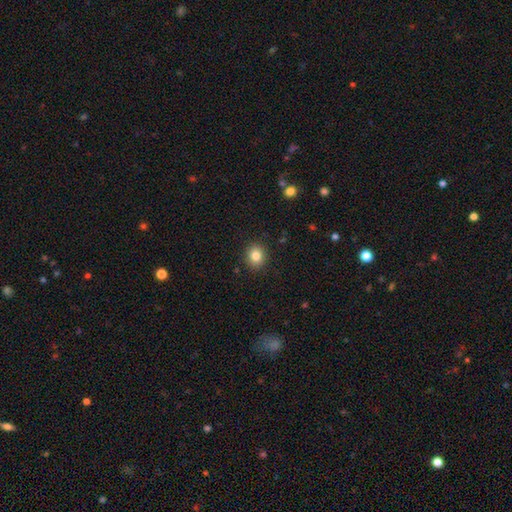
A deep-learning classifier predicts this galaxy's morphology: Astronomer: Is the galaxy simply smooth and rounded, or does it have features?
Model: smooth — 83%.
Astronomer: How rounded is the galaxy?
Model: round — 69%.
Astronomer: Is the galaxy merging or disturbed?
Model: none — 90%.